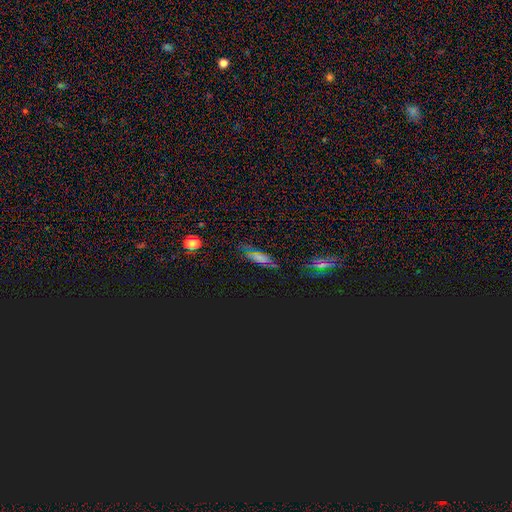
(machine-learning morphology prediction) Overall: star or artifact (44%; smooth 38%).